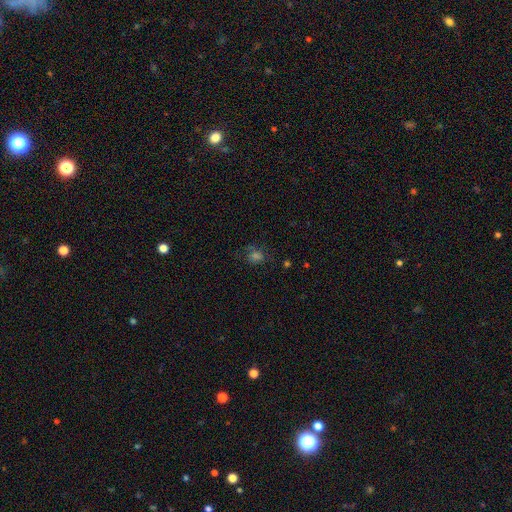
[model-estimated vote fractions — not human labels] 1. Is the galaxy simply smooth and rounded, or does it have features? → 50% smooth, 32% star or artifact, 19% featured or disk.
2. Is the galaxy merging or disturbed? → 63% none, 19% minor disturbance, 15% major disturbance, 3% merger.